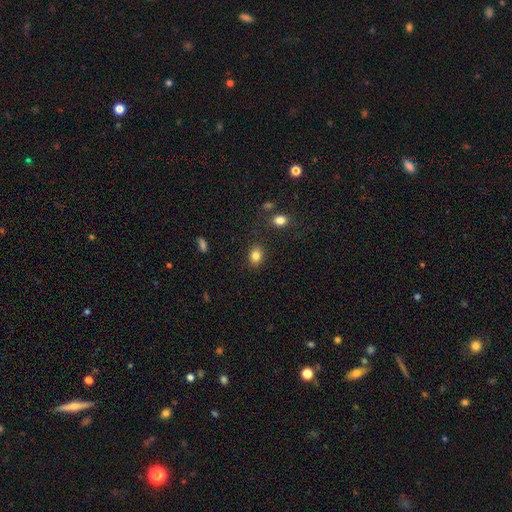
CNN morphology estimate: smooth 83%, star or artifact 10%, featured or disk 6%. Down the decision tree: how rounded — in between (59%); merging — none (85%).